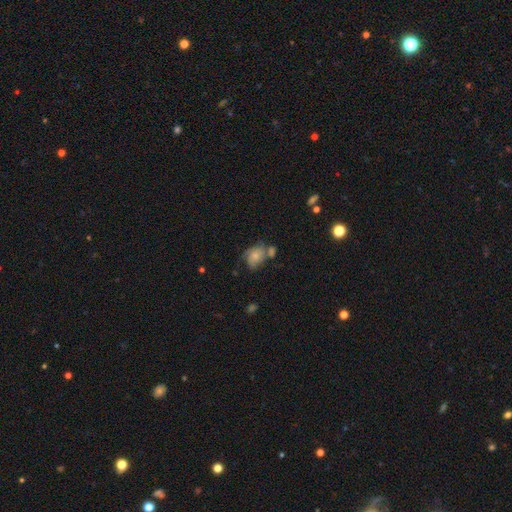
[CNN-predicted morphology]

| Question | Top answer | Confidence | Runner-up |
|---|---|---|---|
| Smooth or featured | smooth | 49% | featured or disk (41%) |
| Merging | none | 39% | minor disturbance (24%) |